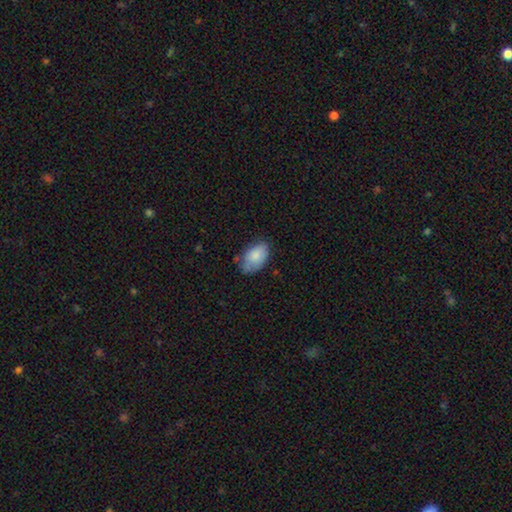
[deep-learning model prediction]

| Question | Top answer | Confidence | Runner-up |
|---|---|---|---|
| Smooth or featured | smooth | 82% | featured or disk (11%) |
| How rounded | in between | 93% | round (6%) |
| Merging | none | 61% | minor disturbance (30%) |